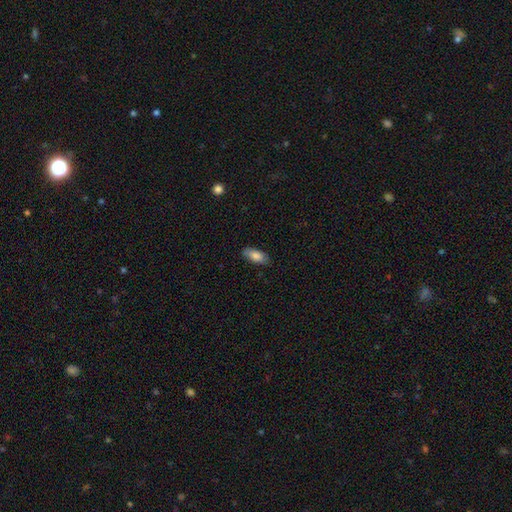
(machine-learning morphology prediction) This appears to be a smooth galaxy with no disk features (82%) that is in between round and cigar-shaped (84%). Merging: none (86%).